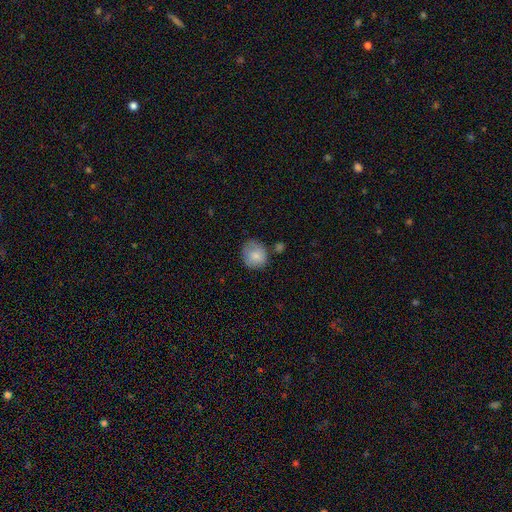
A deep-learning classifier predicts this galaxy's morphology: This appears to be a smooth galaxy with no disk features (82%) that is round (75%). Merging: none (64%).